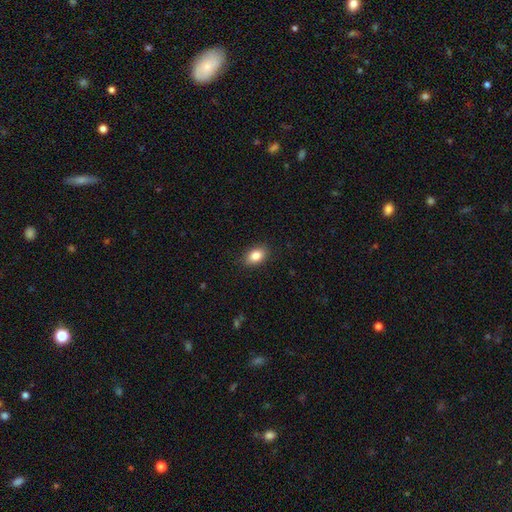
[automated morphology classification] Smooth or featured?
  - smooth: 85% *
  - star or artifact: 8%
  - featured or disk: 7%
How rounded?
  - in between: 85% *
  - round: 13%
  - cigar-shaped: 2%
Merging?
  - none: 87% *
  - minor disturbance: 10%
  - major disturbance: 2%
  - merger: 1%